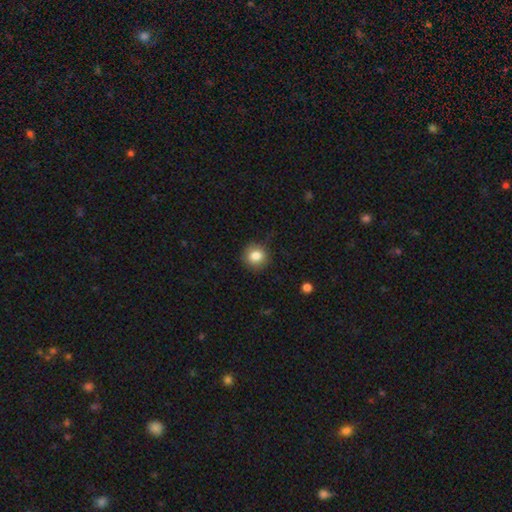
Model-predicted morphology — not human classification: A smooth galaxy with no disk features (83%) that is round (90%).

Vote fractions:
- Smooth or featured? smooth: 83% / star or artifact: 10% / featured or disk: 7%
- How rounded? round: 90% / in between: 9% / cigar-shaped: 1%
- Merging? none: 84% / minor disturbance: 12% / major disturbance: 3% / merger: 1%